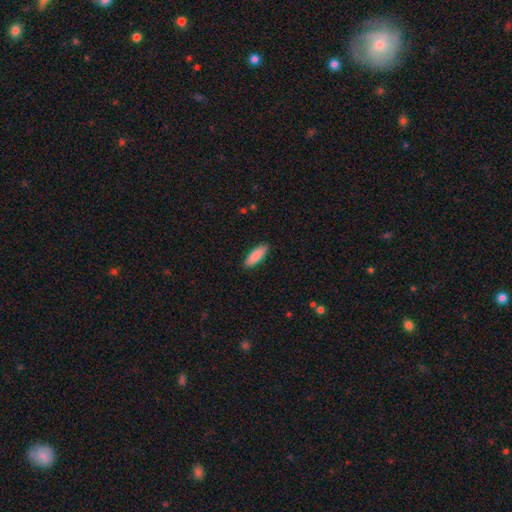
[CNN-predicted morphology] Smooth or featured? smooth (88%)
How rounded? in between (55%)
Merging? none (89%)